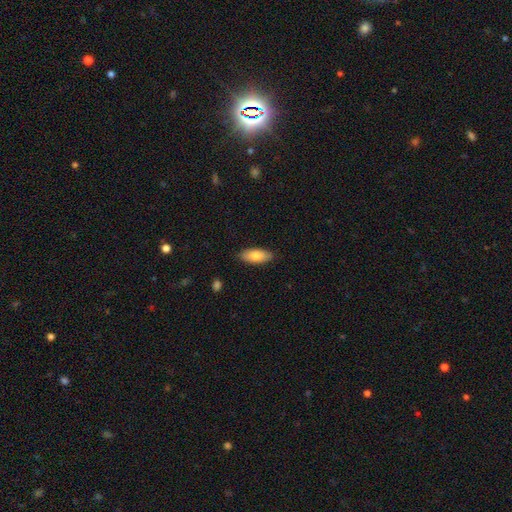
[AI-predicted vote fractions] A smooth galaxy with no disk features (80%) that is in between round and cigar-shaped (84%). Merging: none (86%).